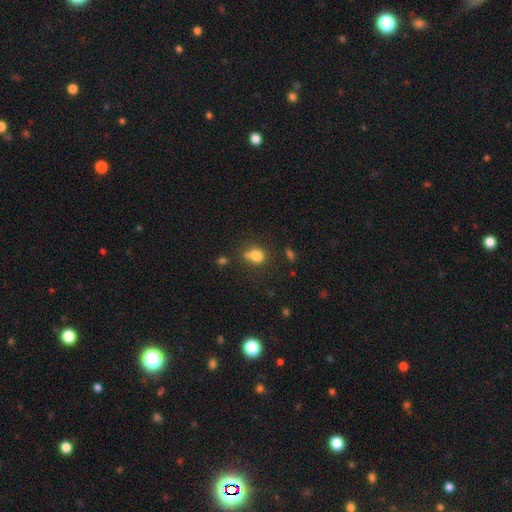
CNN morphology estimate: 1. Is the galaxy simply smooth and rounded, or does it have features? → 78% smooth, 13% star or artifact, 10% featured or disk.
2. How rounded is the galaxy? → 51% in between, 47% round, 2% cigar-shaped.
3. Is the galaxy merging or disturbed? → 46% none, 26% merger, 19% minor disturbance, 9% major disturbance.